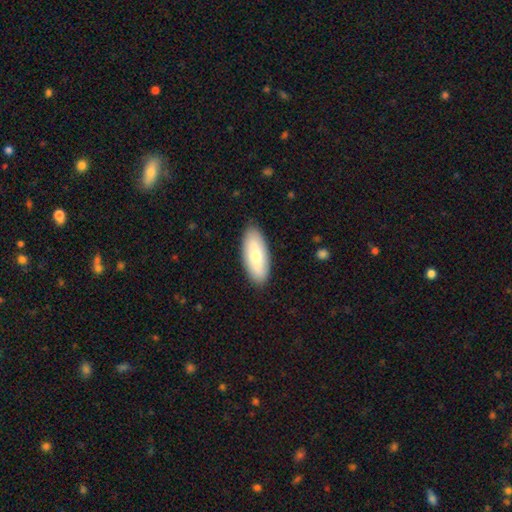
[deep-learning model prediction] Smooth or featured?
  - smooth: 70% *
  - featured or disk: 25%
  - star or artifact: 5%
How rounded?
  - in between: 81% *
  - cigar-shaped: 16%
  - round: 2%
Merging?
  - none: 88% *
  - minor disturbance: 9%
  - major disturbance: 2%
  - merger: 1%